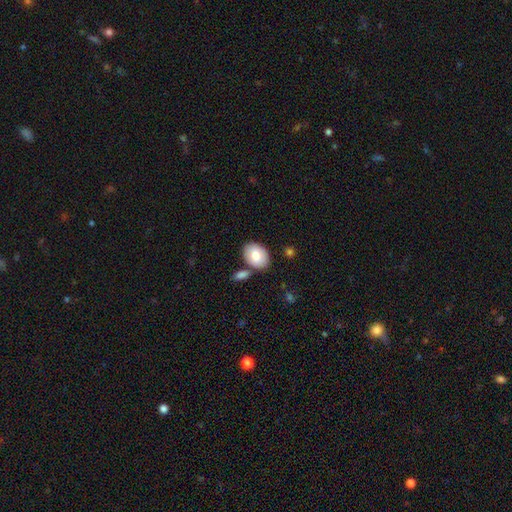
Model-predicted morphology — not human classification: Smooth or featured? Predicted: smooth (p=0.80). How rounded? Predicted: in between (p=0.82). Merging? Predicted: none (p=0.74).